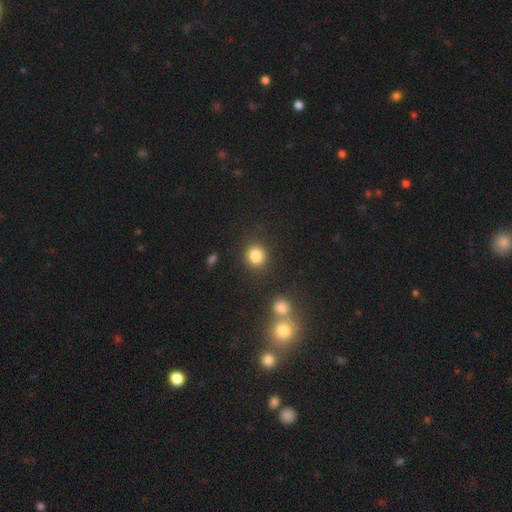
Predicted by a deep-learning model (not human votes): The model was most divided on "how rounded": round: 81%, in between: 18%, cigar-shaped: 1%. More confident: smooth or featured — smooth (83%); merging — none (83%).